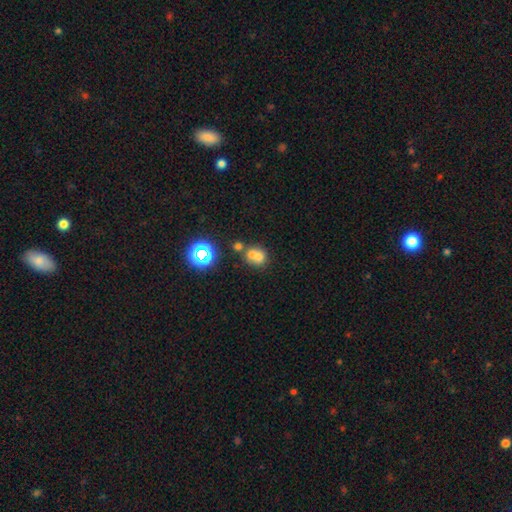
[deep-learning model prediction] Q: Smooth or featured?
A: smooth (65%); runner-up: featured or disk (18%)
Q: How rounded?
A: round (73%); runner-up: in between (26%)
Q: Merging?
A: merger (55%); runner-up: none (34%)